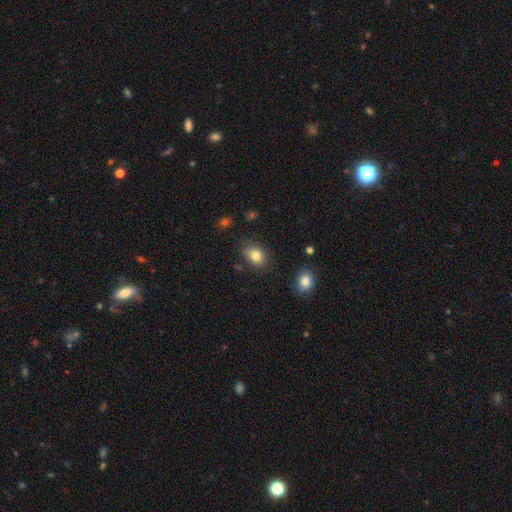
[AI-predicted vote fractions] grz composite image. It shows a smooth galaxy with no disk features (82%) that is in between round and cigar-shaped (72%). Merging: none (77%).